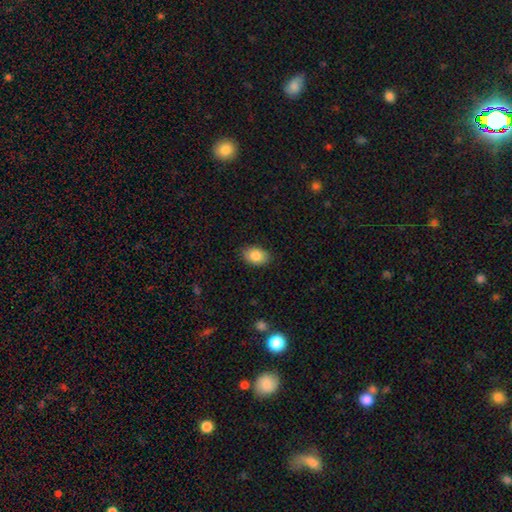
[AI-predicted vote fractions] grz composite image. It shows a smooth galaxy with no disk features (86%) that is in between round and cigar-shaped (84%). Merging: none (87%).